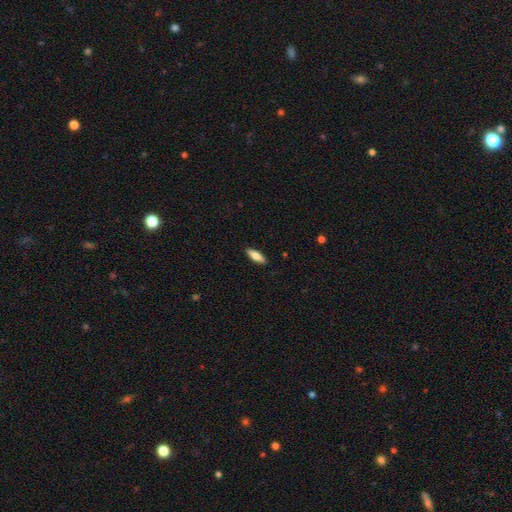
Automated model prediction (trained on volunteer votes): smooth-or-featured: smooth: 76% | featured or disk: 18% | star or artifact: 6%
  how-rounded: in between: 54% | cigar-shaped: 44% | round: 2%
  merging: none: 89% | minor disturbance: 8% | major disturbance: 2% | merger: 1%